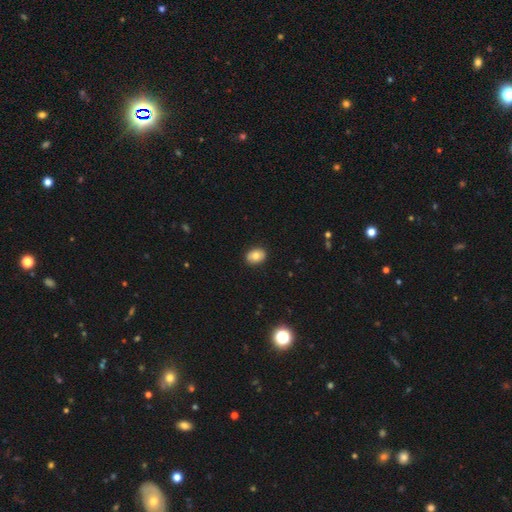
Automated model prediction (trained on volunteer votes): Smooth or featured? Predicted: smooth (p=0.79). How rounded? Predicted: in between (p=0.68). Merging? Predicted: none (p=0.89).